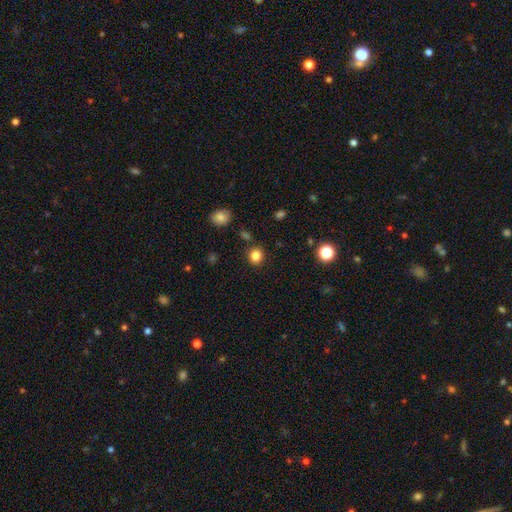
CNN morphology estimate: smooth_or_featured: smooth (p=0.83) [alt: star or artifact p=0.12]
how_rounded: round (p=0.88) [alt: in between p=0.11]
merging: none (p=0.88) [alt: minor disturbance p=0.07]